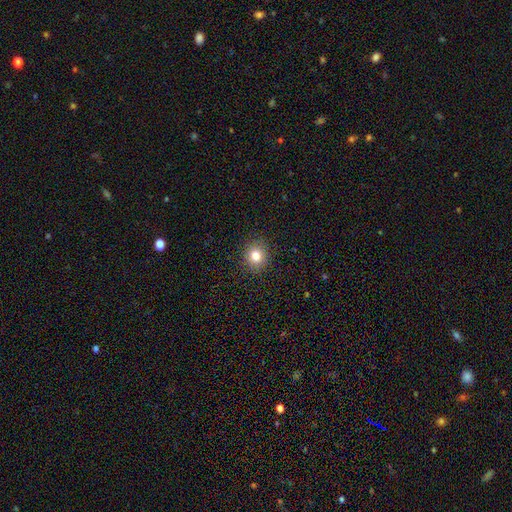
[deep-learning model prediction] A smooth galaxy with no disk features (80%) that is round (85%). Merging: none (91%).